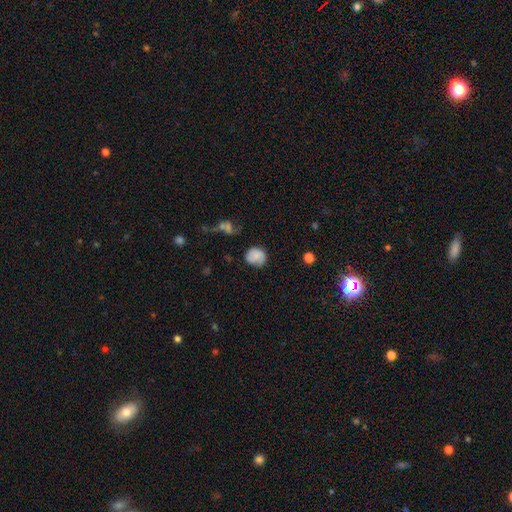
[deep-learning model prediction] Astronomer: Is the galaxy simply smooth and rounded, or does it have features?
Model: smooth — 74%.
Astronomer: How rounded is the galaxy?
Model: round — 74%.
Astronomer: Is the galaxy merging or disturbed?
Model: none — 64%.